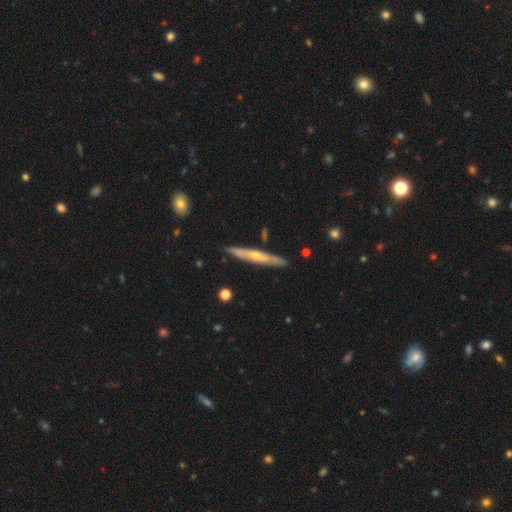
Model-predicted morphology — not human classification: A featured or disk galaxy (64%) viewed edge-on (93%) with a rounded central bulge (64%). Merging: none (86%).